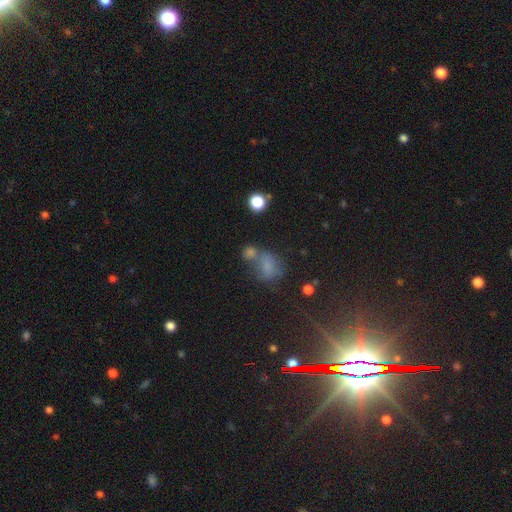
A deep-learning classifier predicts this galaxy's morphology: This is possibly a smooth galaxy (57%). How rounded: possibly in between (56%). Merging: marginally merger (40%).